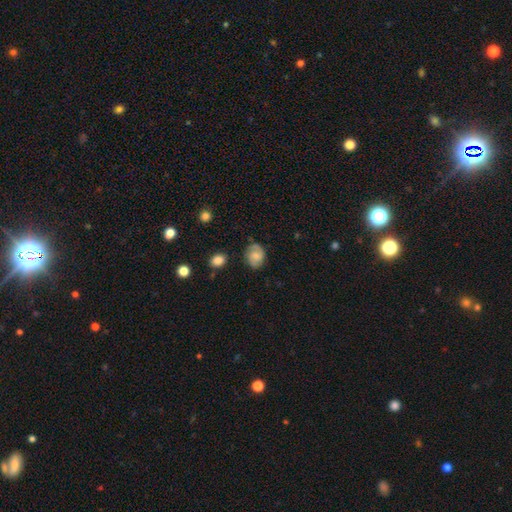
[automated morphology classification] This is possibly a featured or disk galaxy (46%). Merging: likely none (71%).